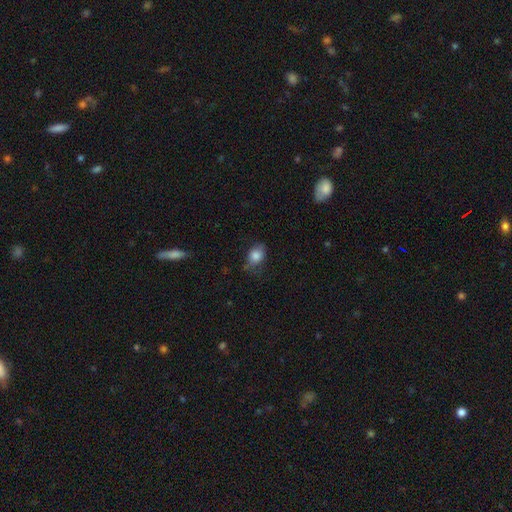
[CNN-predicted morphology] Smooth or featured? smooth (83%)
How rounded? in between (65%)
Merging? none (60%)